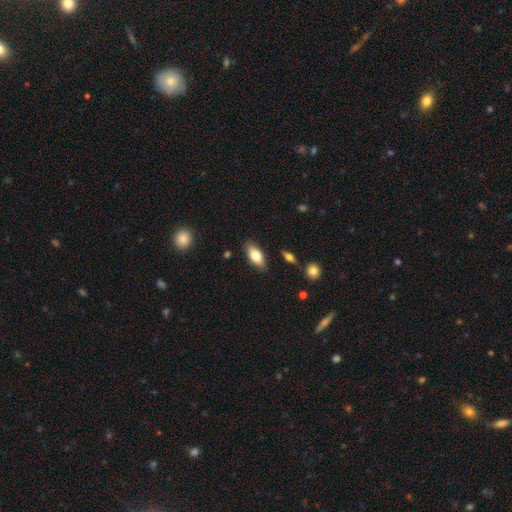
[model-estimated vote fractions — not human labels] Smooth or featured? Predicted: smooth (p=0.76). How rounded? Predicted: in between (p=0.88). Merging? Predicted: none (p=0.84).